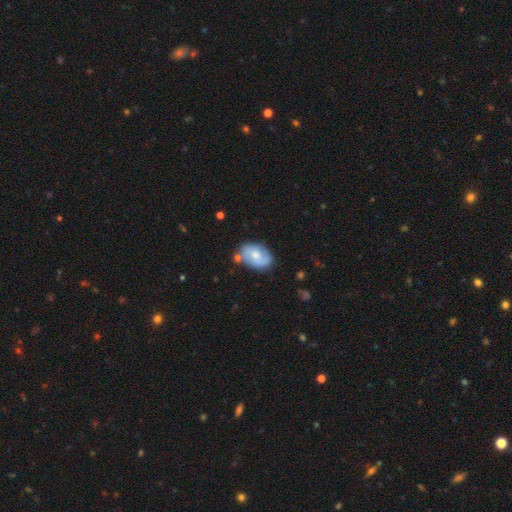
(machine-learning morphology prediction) A featured or disk galaxy (50%).

Vote fractions:
- Smooth or featured? featured or disk: 50% / smooth: 43% / star or artifact: 7%
- Edge-on disk? no: 96% / yes: 4%
- Merging? none: 68% / minor disturbance: 20% / merger: 7% / major disturbance: 5%